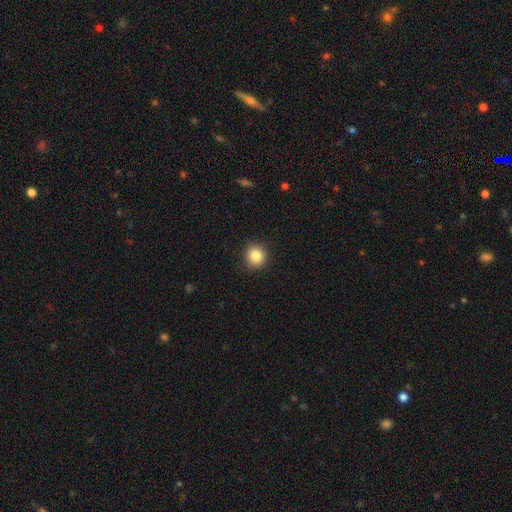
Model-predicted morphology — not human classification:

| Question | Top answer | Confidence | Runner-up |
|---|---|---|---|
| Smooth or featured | smooth | 85% | star or artifact (10%) |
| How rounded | round | 90% | in between (9%) |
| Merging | none | 90% | minor disturbance (7%) |